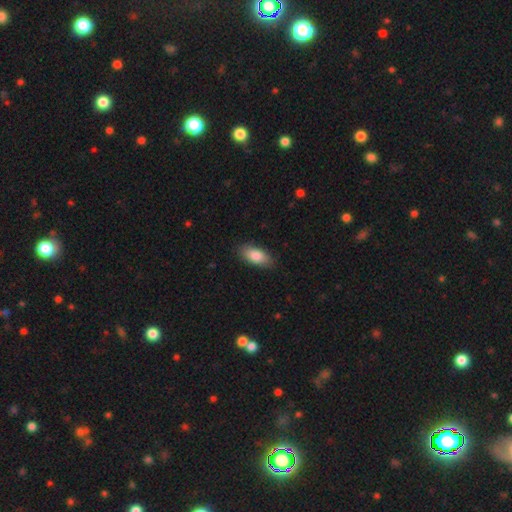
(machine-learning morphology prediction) A smooth galaxy with no disk features (84%) that is in between round and cigar-shaped (88%).

Vote fractions:
- Smooth or featured? smooth: 84% / featured or disk: 10% / star or artifact: 6%
- How rounded? in between: 88% / cigar-shaped: 9% / round: 3%
- Merging? none: 86% / minor disturbance: 11% / major disturbance: 2% / merger: 1%